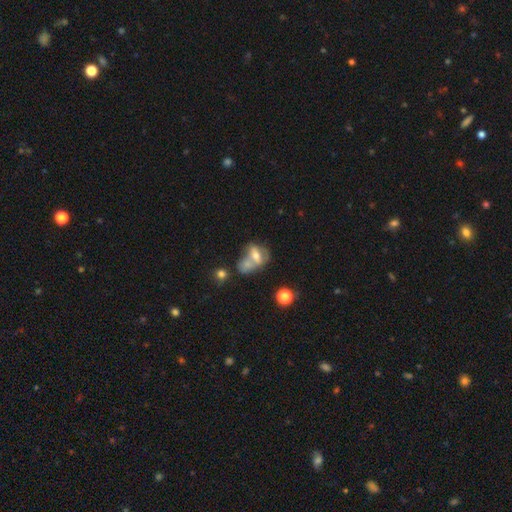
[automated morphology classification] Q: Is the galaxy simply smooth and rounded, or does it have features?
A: smooth — 45%.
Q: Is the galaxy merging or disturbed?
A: merger — 55%.